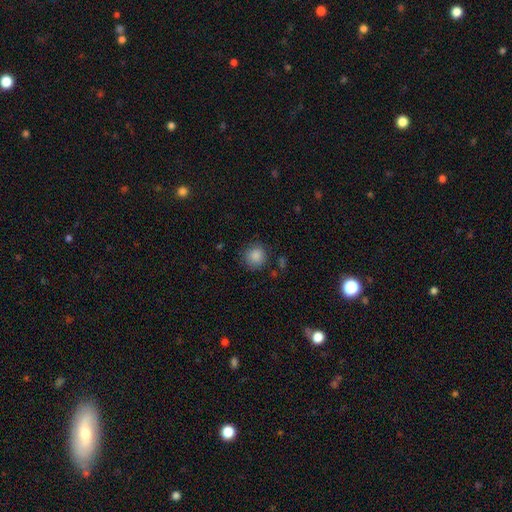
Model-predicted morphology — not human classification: Overall: smooth (87%). How rounded: round (91%). Merging: none (84%).